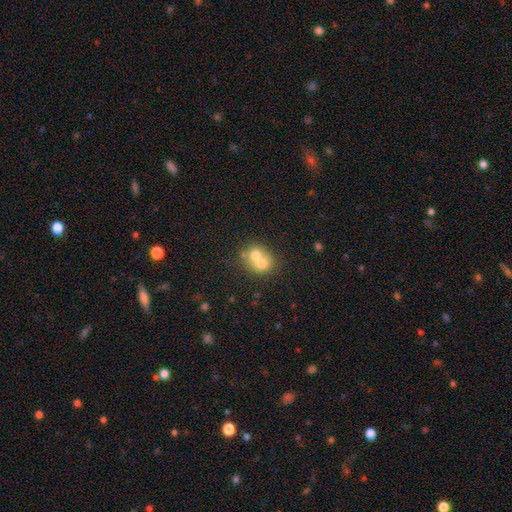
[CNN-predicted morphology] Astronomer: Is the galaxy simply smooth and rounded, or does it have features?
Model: smooth — 62%.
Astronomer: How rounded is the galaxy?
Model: round — 72%.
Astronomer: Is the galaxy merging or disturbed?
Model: merger — 67%.